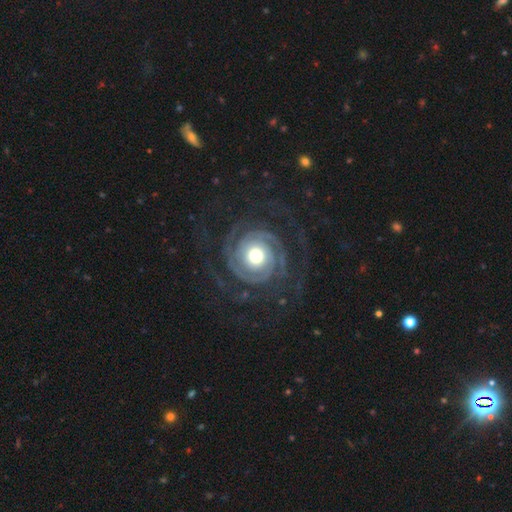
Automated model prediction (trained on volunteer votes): A featured or disk galaxy (90%) with no bar (79%), 2 (44%) tight (69%) spiral arms (98%) and a moderate central bulge (58%).

Vote fractions:
- Smooth or featured? featured or disk: 90% / smooth: 5% / star or artifact: 5%
- Edge-on disk? no: 98% / yes: 2%
- Bar? no: 79% / weak: 14% / strong: 7%
- Spiral arms? yes: 98% / no: 2%
- Spiral winding? tight: 69% / medium: 23% / loose: 7%
- Spiral arm count? 2: 44% / 3: 19% / can't tell: 13% / 4: 8% / 1: 8% / more than 4: 8%
- Bulge size? moderate: 58% / large: 32% / small: 5% / dominant: 4% / none: 1%
- Merging? none: 71% / major disturbance: 16% / minor disturbance: 12% / merger: 1%